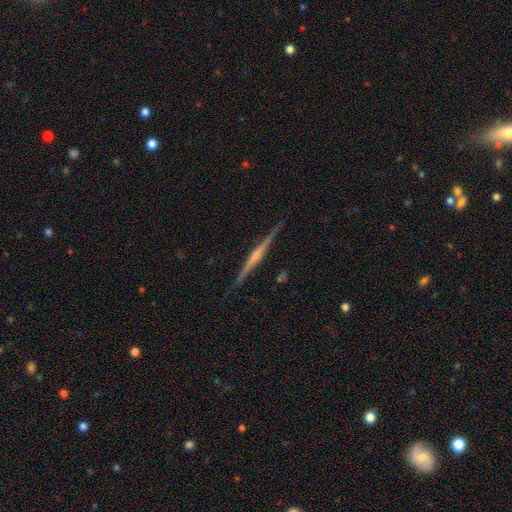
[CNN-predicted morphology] Q: Smooth or featured?
A: featured or disk (81%); runner-up: smooth (13%)
Q: Edge-on disk?
A: yes (98%); runner-up: no (2%)
Q: Edge-on bulge?
A: rounded (65%); runner-up: none (23%)
Q: Merging?
A: none (90%); runner-up: minor disturbance (7%)